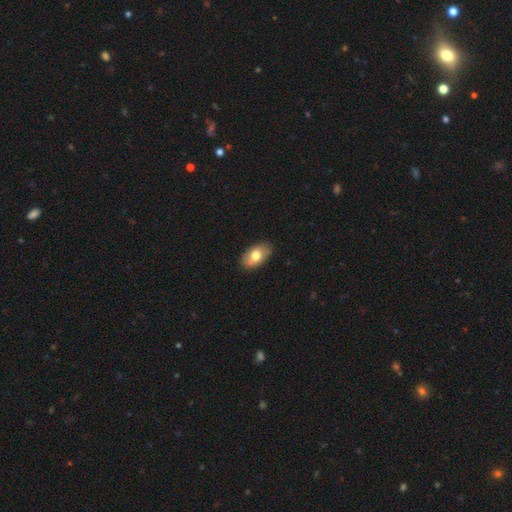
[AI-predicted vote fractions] Smooth or featured: smooth — 74% (featured or disk — 20%)
How rounded: in between — 92% (round — 6%)
Merging: none — 86% (minor disturbance — 10%)